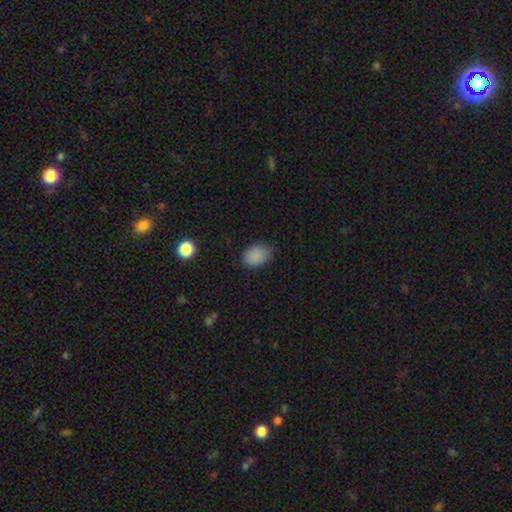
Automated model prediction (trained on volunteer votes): smooth 87%, star or artifact 9%, featured or disk 4%. Down the decision tree: how rounded — in between (77%); merging — none (80%).